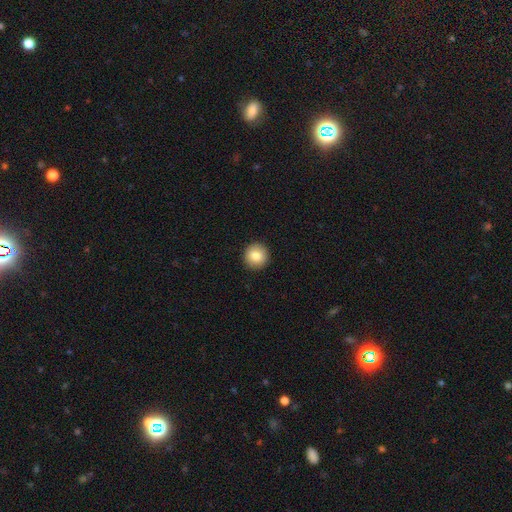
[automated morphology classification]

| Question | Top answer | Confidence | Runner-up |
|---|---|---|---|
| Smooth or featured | smooth | 84% | star or artifact (8%) |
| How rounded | round | 94% | in between (5%) |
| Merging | none | 93% | minor disturbance (5%) |